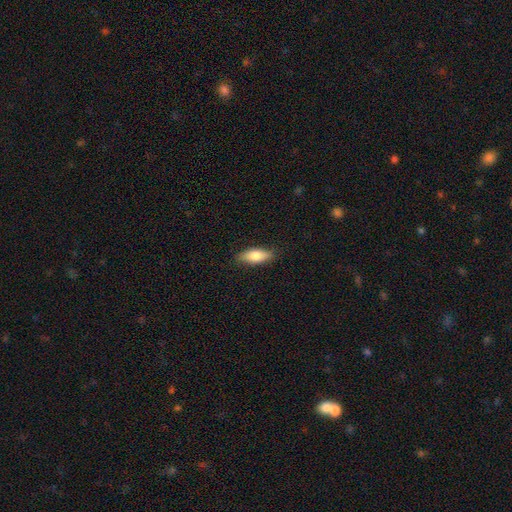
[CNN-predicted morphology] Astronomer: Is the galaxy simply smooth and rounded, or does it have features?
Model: smooth — 78%.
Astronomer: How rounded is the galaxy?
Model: in between — 70%.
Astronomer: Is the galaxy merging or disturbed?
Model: none — 86%.